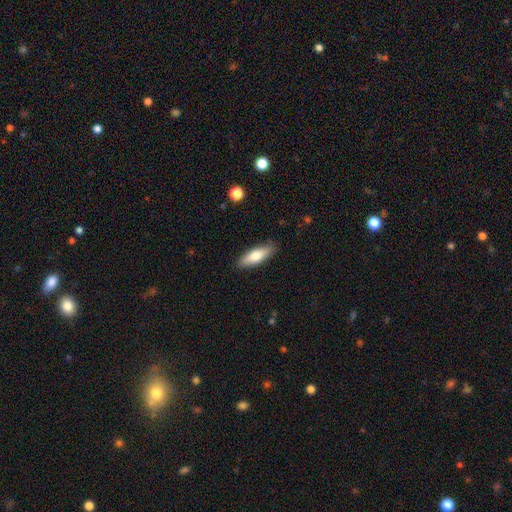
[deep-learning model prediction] smooth_or_featured: smooth (p=0.75) [alt: featured or disk p=0.19]
how_rounded: in between (p=0.55) [alt: cigar-shaped p=0.43]
merging: none (p=0.87) [alt: minor disturbance p=0.09]